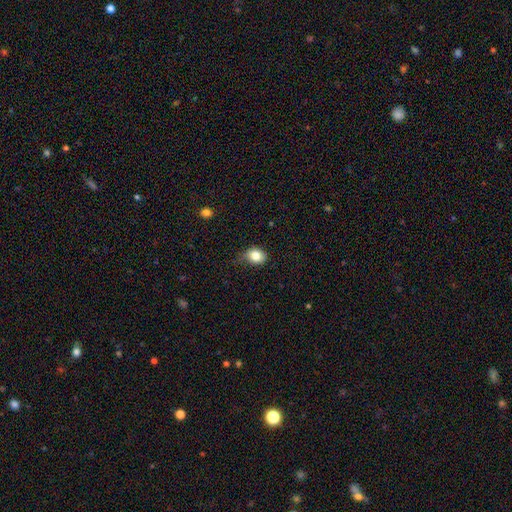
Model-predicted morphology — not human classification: smooth_or_featured: smooth (p=0.81) [alt: star or artifact p=0.10]
how_rounded: round (p=0.56) [alt: in between p=0.43]
merging: none (p=0.51) [alt: minor disturbance p=0.37]